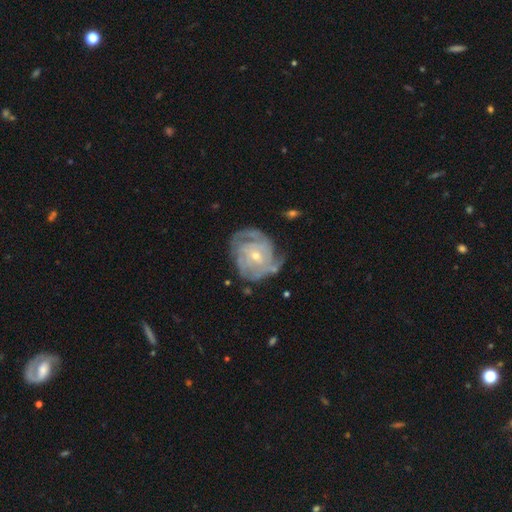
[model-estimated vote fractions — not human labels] Smooth or featured?
  - featured or disk: 84% *
  - smooth: 9%
  - star or artifact: 6%
Edge-on disk?
  - no: 97% *
  - yes: 3%
Bar?
  - no: 67% *
  - weak: 26%
  - strong: 6%
Spiral arms?
  - yes: 93% *
  - no: 7%
Spiral winding?
  - tight: 67% *
  - medium: 26%
  - loose: 7%
Spiral arm count?
  - can't tell: 34% *
  - 3: 23%
  - 2: 17%
  - 4: 15%
  - more than 4: 6%
  - 1: 6%
Bulge size?
  - small: 63% *
  - moderate: 34%
  - large: 1%
  - none: 1%
  - dominant: 1%
Merging?
  - none: 65% *
  - minor disturbance: 22%
  - major disturbance: 11%
  - merger: 3%